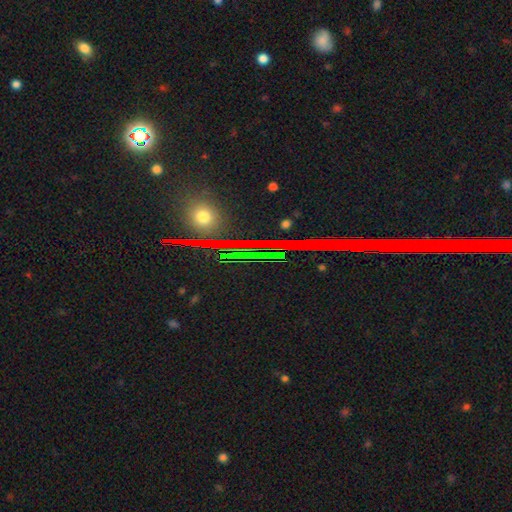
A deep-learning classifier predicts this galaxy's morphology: smooth-or-featured: star or artifact: 75% | smooth: 15% | featured or disk: 10%